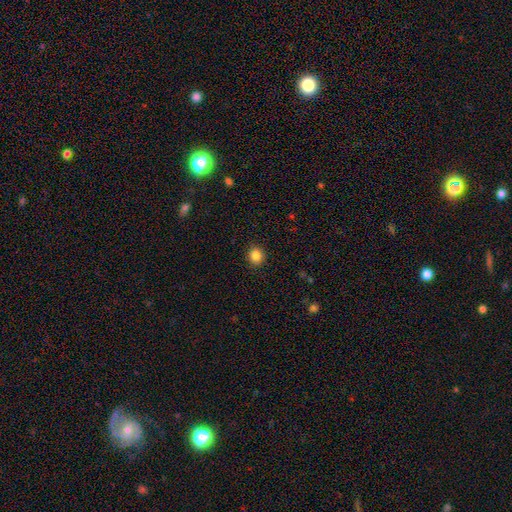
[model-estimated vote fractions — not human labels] Q: Smooth or featured?
A: smooth (85%); runner-up: star or artifact (11%)
Q: How rounded?
A: round (81%); runner-up: in between (18%)
Q: Merging?
A: none (91%); runner-up: minor disturbance (6%)